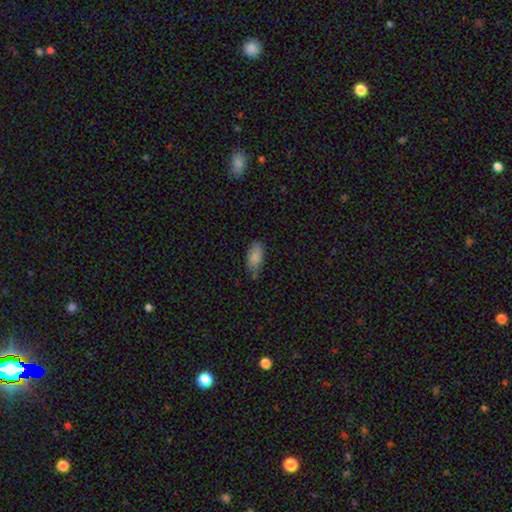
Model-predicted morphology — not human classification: type=smooth (83%); roundness=in between (86%); merging=none (75%).